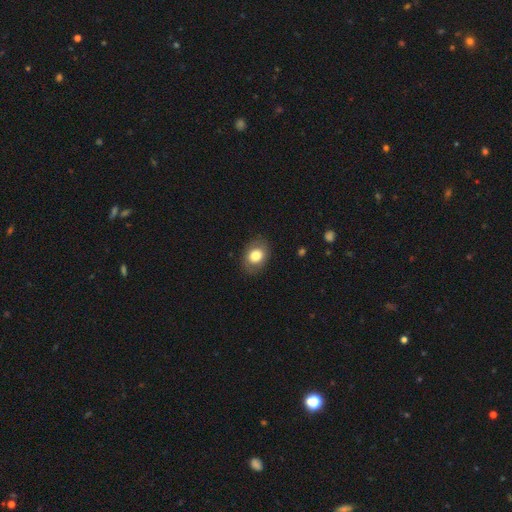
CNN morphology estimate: Smooth or featured? Predicted: smooth (p=0.79). How rounded? Predicted: in between (p=0.66). Merging? Predicted: none (p=0.84).